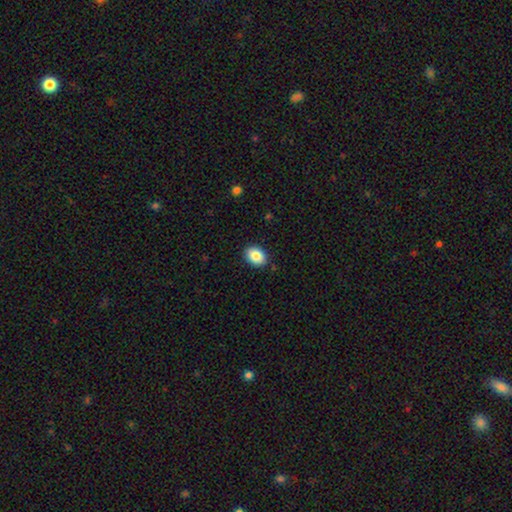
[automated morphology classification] type=smooth (86%); roundness=in between (71%); merging=none (88%).